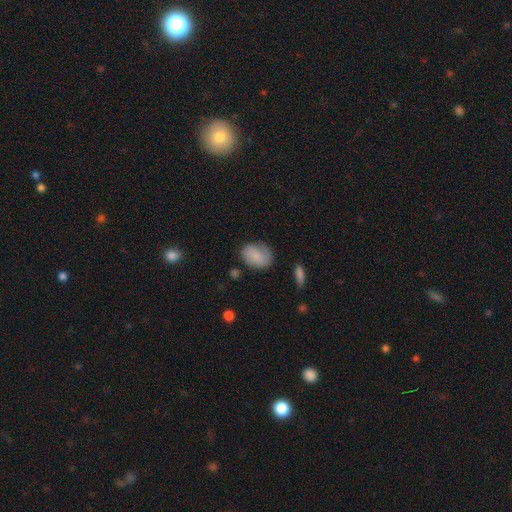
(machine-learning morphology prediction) smooth_or_featured: smooth (p=0.80) [alt: featured or disk p=0.13]
how_rounded: in between (p=0.66) [alt: round p=0.33]
merging: none (p=0.65) [alt: minor disturbance p=0.25]